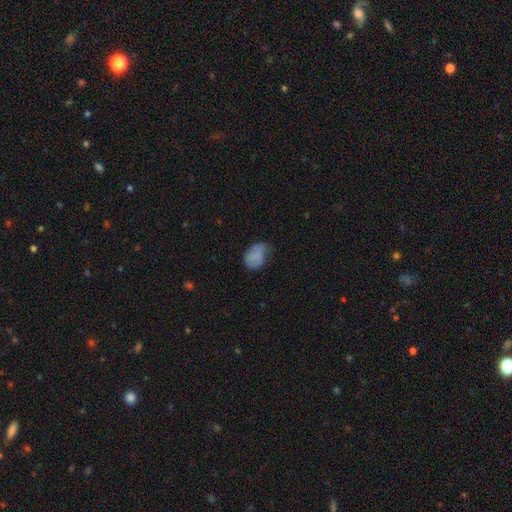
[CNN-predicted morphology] Smooth or featured? Predicted: smooth (p=0.76). How rounded? Predicted: in between (p=0.78). Merging? Predicted: minor disturbance (p=0.40, tied with none).